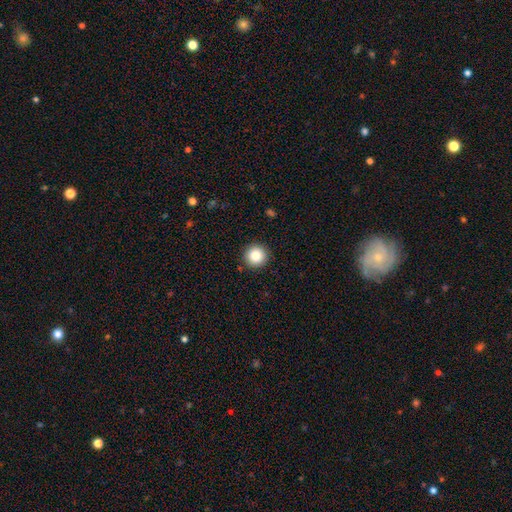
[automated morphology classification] Q: Smooth or featured?
A: smooth (86%); runner-up: star or artifact (9%)
Q: How rounded?
A: round (96%); runner-up: in between (3%)
Q: Merging?
A: none (91%); runner-up: minor disturbance (6%)